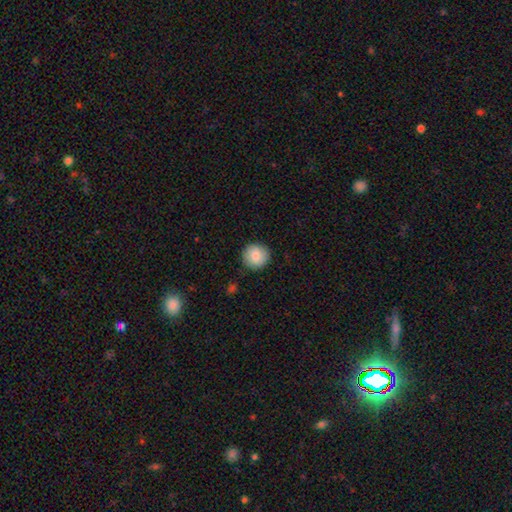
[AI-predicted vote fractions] Smooth or featured?
  - smooth: 85% *
  - featured or disk: 8%
  - star or artifact: 8%
How rounded?
  - round: 94% *
  - in between: 6%
  - cigar-shaped: 1%
Merging?
  - none: 90% *
  - minor disturbance: 7%
  - major disturbance: 2%
  - merger: 1%